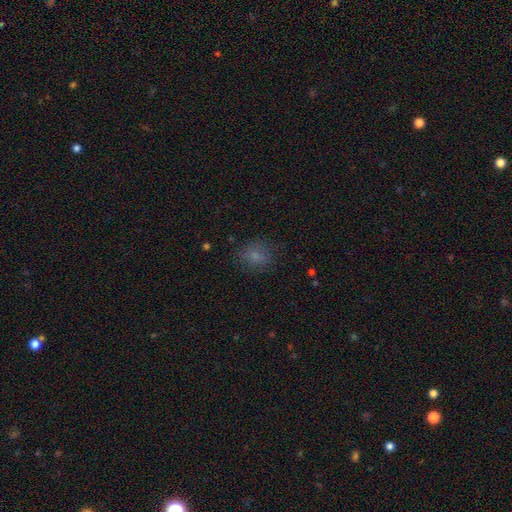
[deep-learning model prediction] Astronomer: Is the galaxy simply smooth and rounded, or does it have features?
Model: smooth — 74%.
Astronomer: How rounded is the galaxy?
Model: round — 53% (runner-up: in between, 45%).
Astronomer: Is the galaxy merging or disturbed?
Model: none — 75%.